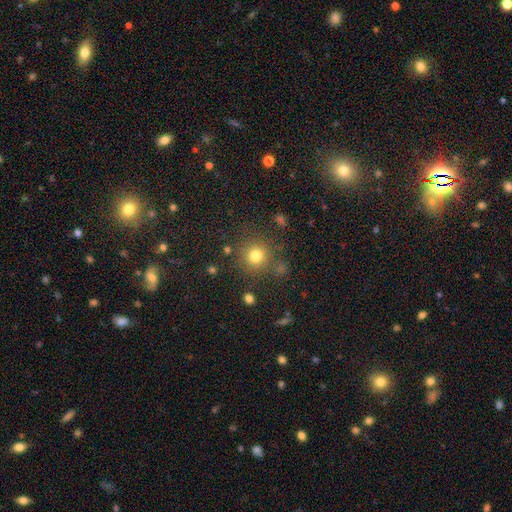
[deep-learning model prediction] A smooth galaxy with no disk features (78%) that is round (93%). Merging: none (81%).